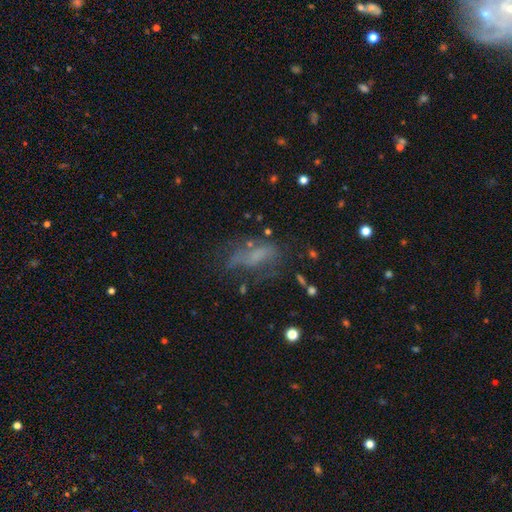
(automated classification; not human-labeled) Smooth or featured? smooth (44%)
Merging? none (41%)